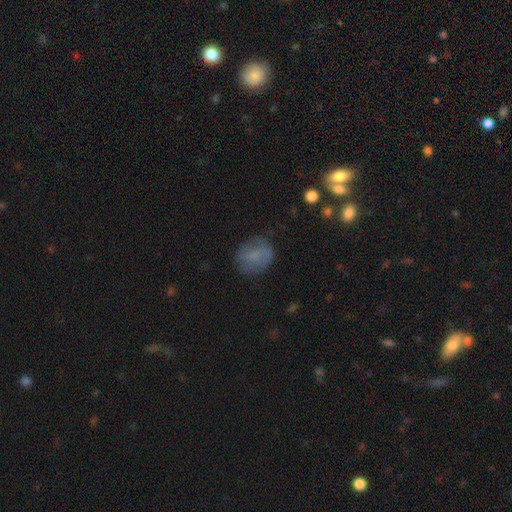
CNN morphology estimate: smooth_or_featured: smooth (p=0.67) [alt: featured or disk p=0.22]
how_rounded: round (p=0.63) [alt: in between p=0.35]
merging: none (p=0.71) [alt: minor disturbance p=0.19]